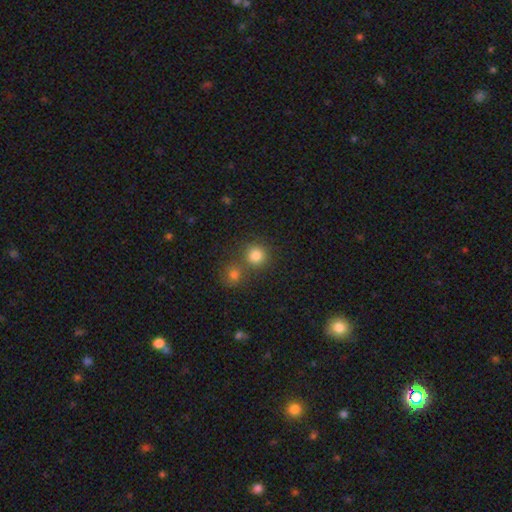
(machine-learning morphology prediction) Smooth or featured?
  - smooth: 81% *
  - star or artifact: 13%
  - featured or disk: 6%
How rounded?
  - round: 91% *
  - in between: 8%
  - cigar-shaped: 1%
Merging?
  - none: 64% *
  - merger: 26%
  - minor disturbance: 7%
  - major disturbance: 3%